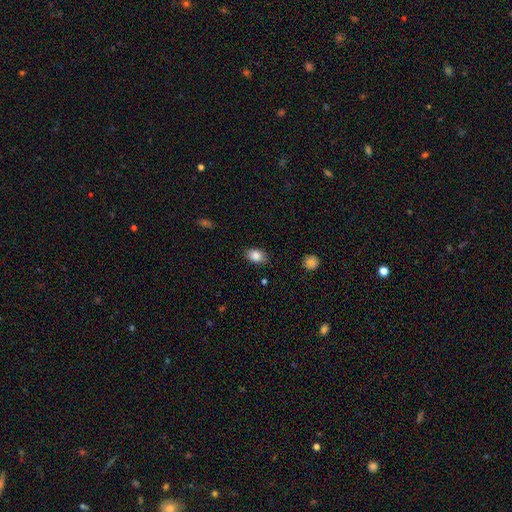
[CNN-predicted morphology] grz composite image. It shows a smooth galaxy with no disk features (86%) that is in between round and cigar-shaped (77%). Merging: none (83%).